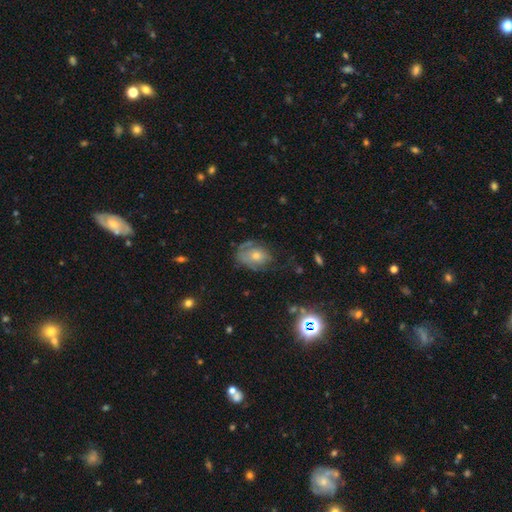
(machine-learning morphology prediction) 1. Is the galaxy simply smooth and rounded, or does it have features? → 51% featured or disk, 32% smooth, 18% star or artifact.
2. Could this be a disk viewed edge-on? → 95% no, 5% yes.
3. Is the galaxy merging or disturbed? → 56% none, 25% minor disturbance, 17% major disturbance, 2% merger.